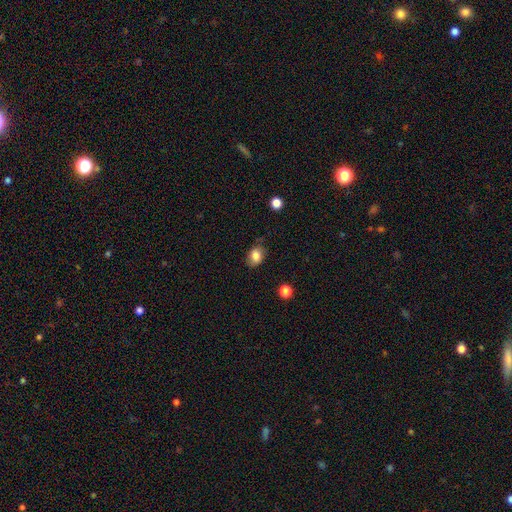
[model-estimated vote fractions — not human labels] smooth 83%, star or artifact 9%, featured or disk 8%. Down the decision tree: how rounded — in between (65%); merging — none (72%).